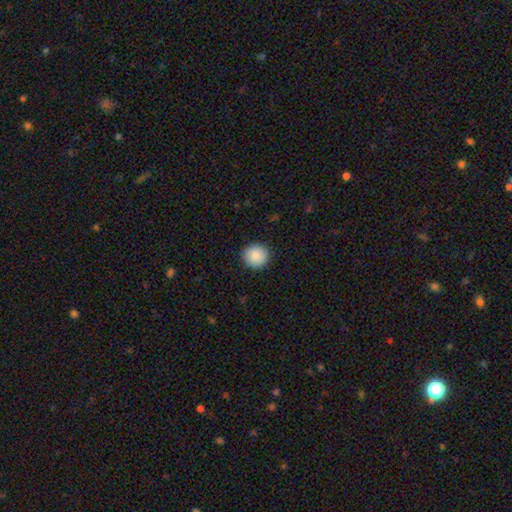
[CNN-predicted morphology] Smooth or featured? Predicted: smooth (p=0.89). How rounded? Predicted: round (p=0.92). Merging? Predicted: none (p=0.91).